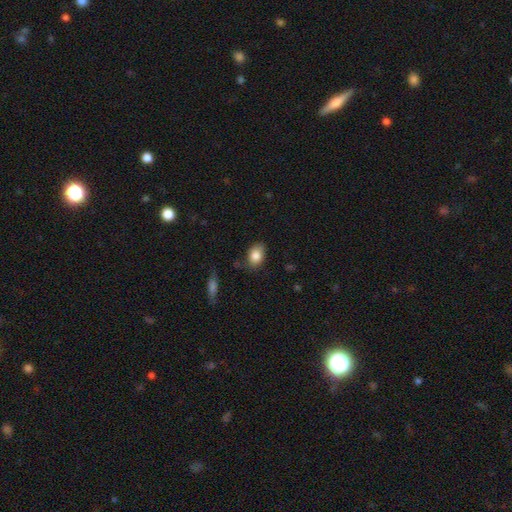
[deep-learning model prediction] Smooth or featured? Predicted: smooth (p=0.84). How rounded? Predicted: in between (p=0.79). Merging? Predicted: none (p=0.75).